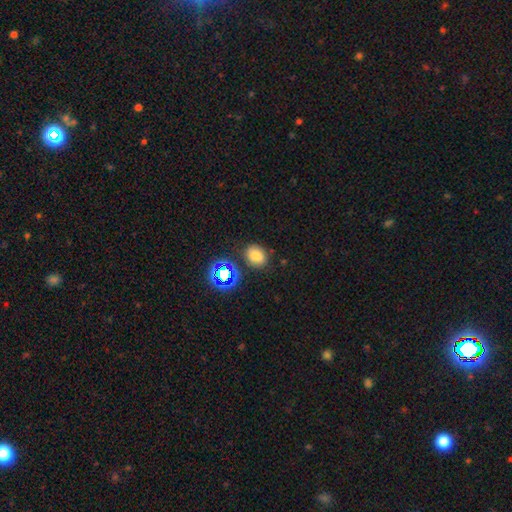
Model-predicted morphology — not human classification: smooth-or-featured: smooth: 73% | star or artifact: 19% | featured or disk: 7%
  how-rounded: in between: 58% | round: 40% | cigar-shaped: 1%
  merging: none: 79% | minor disturbance: 13% | merger: 5% | major disturbance: 4%